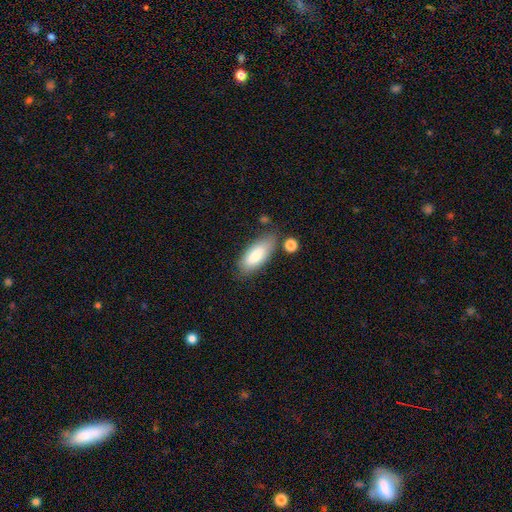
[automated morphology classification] smooth 81%, featured or disk 13%, star or artifact 6%. Down the decision tree: how rounded — in between (82%); merging — none (72%).